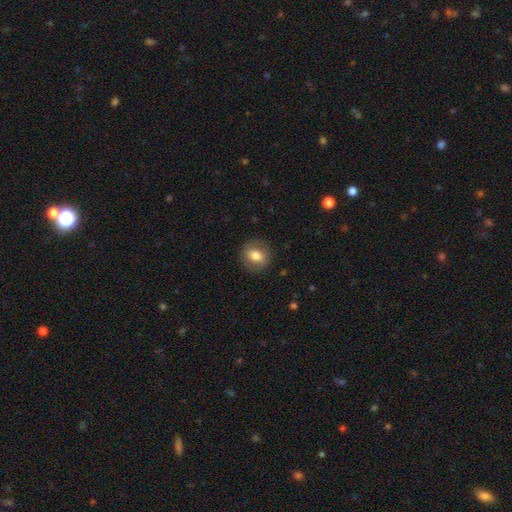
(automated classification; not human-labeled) Smooth or featured: smooth — 71% (featured or disk — 21%)
How rounded: round — 70% (in between — 29%)
Merging: none — 85% (minor disturbance — 10%)